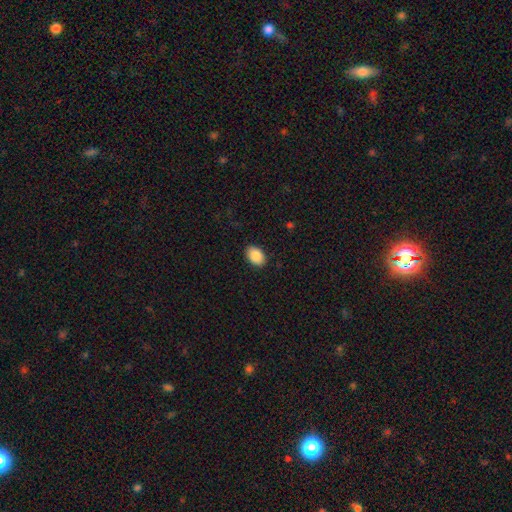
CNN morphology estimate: smooth-or-featured: smooth: 89% | star or artifact: 7% | featured or disk: 4%
  how-rounded: in between: 83% | round: 16% | cigar-shaped: 1%
  merging: none: 90% | minor disturbance: 8% | major disturbance: 2% | merger: 1%